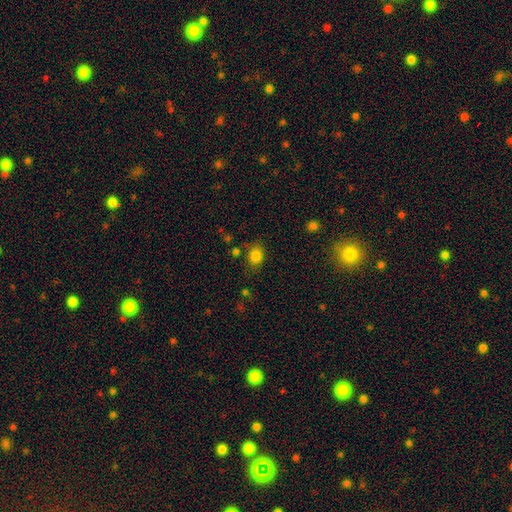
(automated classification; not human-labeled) smooth-or-featured: smooth: 82% | star or artifact: 12% | featured or disk: 6%
  how-rounded: in between: 55% | round: 44% | cigar-shaped: 1%
  merging: none: 72% | minor disturbance: 17% | major disturbance: 6% | merger: 5%